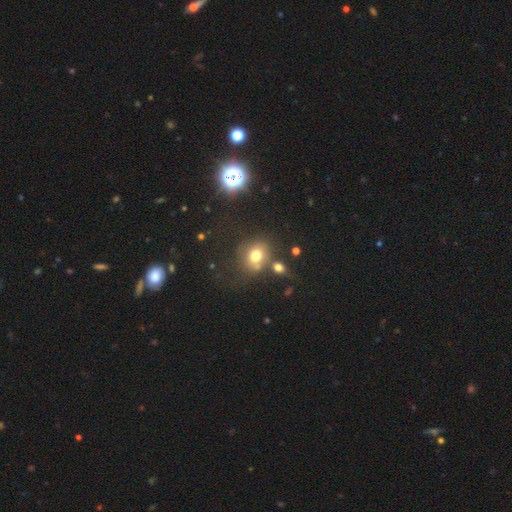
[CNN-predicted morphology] smooth-or-featured: smooth: 70% | star or artifact: 15% | featured or disk: 15%
  how-rounded: round: 68% | in between: 31% | cigar-shaped: 1%
  merging: none: 59% | merger: 17% | minor disturbance: 15% | major disturbance: 9%